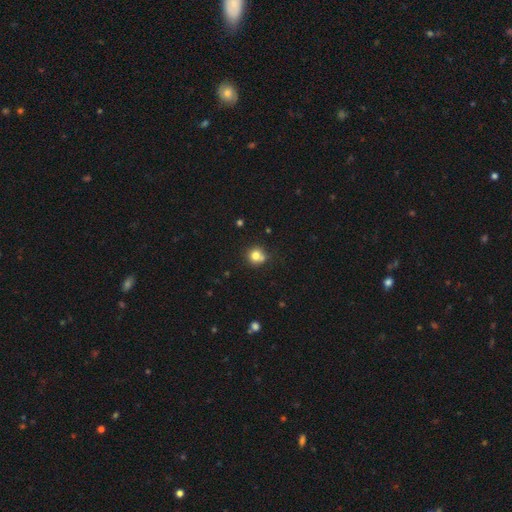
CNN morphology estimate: smooth-or-featured: smooth: 78% | star or artifact: 12% | featured or disk: 9%
  how-rounded: round: 90% | in between: 9% | cigar-shaped: 1%
  merging: none: 69% | merger: 14% | minor disturbance: 13% | major disturbance: 4%